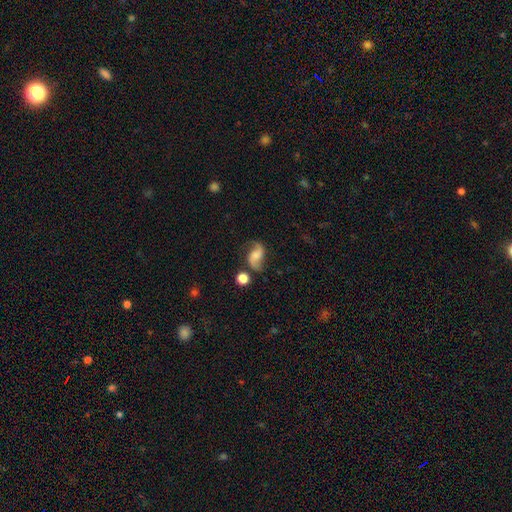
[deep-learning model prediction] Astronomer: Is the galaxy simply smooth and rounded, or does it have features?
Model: featured or disk — 79%.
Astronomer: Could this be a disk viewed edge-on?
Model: no — 97%.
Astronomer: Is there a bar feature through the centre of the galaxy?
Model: no — 51% (runner-up: weak, 37%).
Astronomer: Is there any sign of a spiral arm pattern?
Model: yes — 96%.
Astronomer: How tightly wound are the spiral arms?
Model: loose — 70%.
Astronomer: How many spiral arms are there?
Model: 2 — 93%.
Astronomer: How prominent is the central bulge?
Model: small — 31% (runner-up: none, 28%).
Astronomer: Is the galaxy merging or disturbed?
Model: none — 71%.